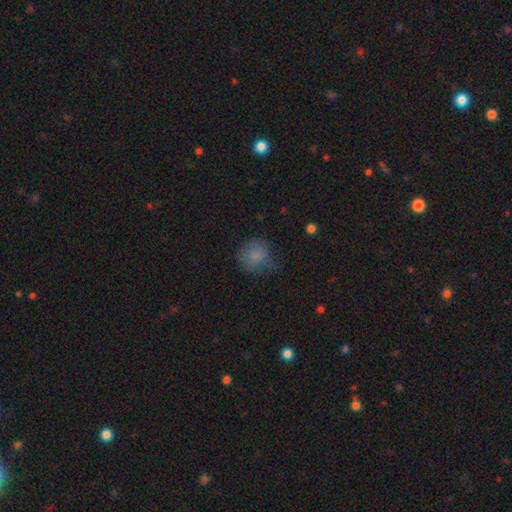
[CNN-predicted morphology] This is likely a smooth galaxy (80%). How rounded: clearly round (86%). Merging: possibly none (59%).